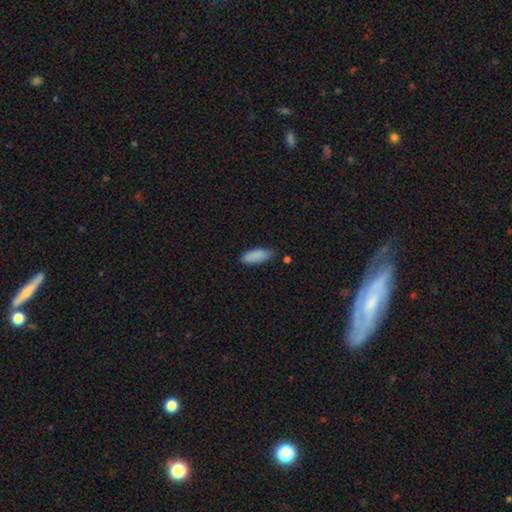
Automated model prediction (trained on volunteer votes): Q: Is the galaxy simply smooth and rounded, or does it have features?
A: smooth — 89%.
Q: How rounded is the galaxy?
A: in between — 74%.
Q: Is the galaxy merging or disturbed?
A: none — 74%.